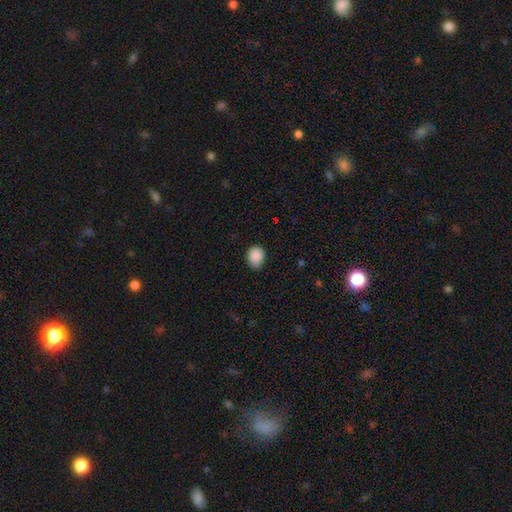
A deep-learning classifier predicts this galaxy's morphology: Q: Smooth or featured?
A: smooth (89%); runner-up: star or artifact (8%)
Q: How rounded?
A: round (52%); runner-up: in between (47%)
Q: Merging?
A: none (79%); runner-up: minor disturbance (17%)